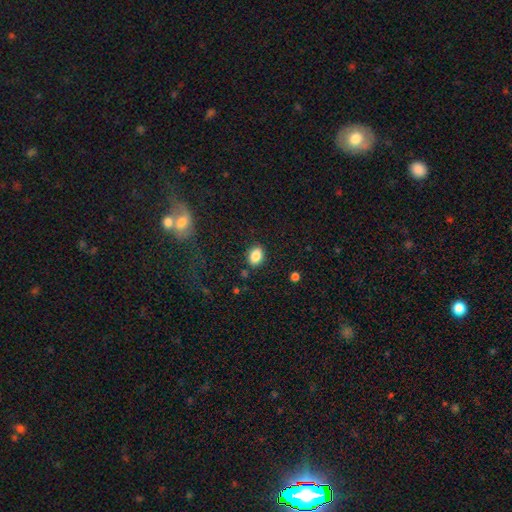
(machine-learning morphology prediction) Q: Smooth or featured?
A: smooth (86%); runner-up: star or artifact (9%)
Q: How rounded?
A: in between (71%); runner-up: round (27%)
Q: Merging?
A: none (85%); runner-up: minor disturbance (10%)